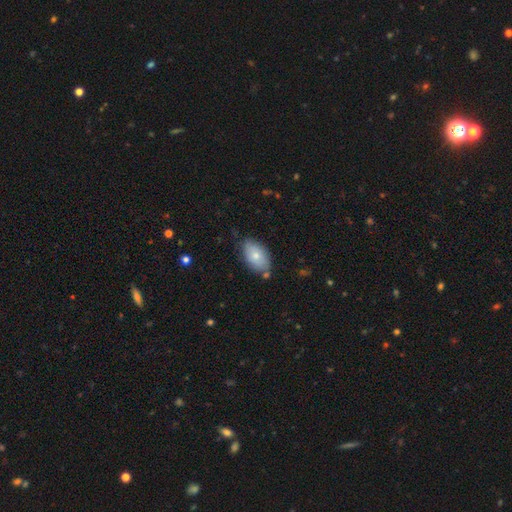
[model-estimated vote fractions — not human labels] Smooth or featured? Predicted: smooth (p=0.75). How rounded? Predicted: in between (p=0.93). Merging? Predicted: none (p=0.73).